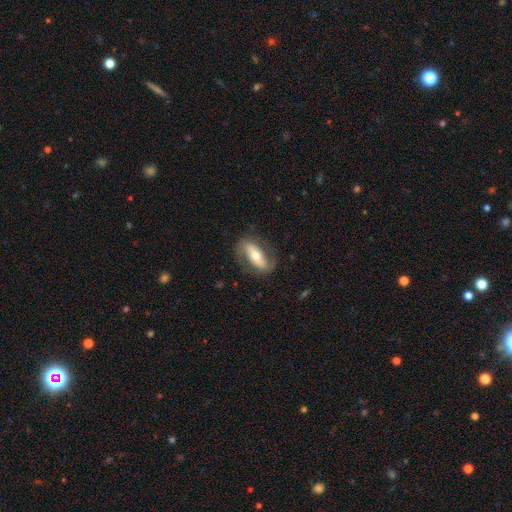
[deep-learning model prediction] Morphology: type=featured or disk (67%); edge-on=no (85%); bar=strong (48%); spiral arms=yes (77%); bulge=moderate (63%); merging=none (77%).